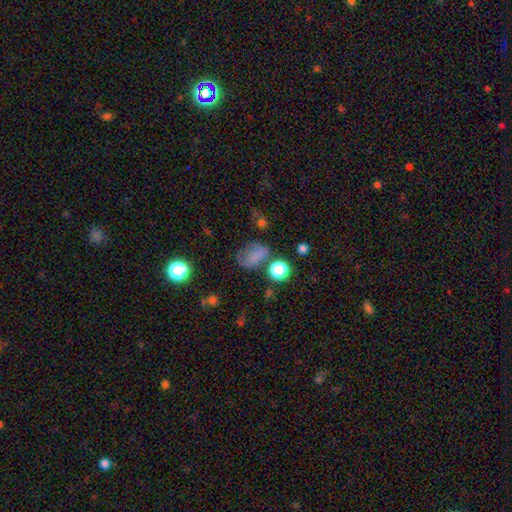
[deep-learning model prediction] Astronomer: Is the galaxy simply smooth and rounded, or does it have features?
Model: smooth — 67%.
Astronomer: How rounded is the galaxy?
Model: in between — 67%.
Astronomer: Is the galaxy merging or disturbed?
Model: none — 50% (runner-up: minor disturbance, 25%).